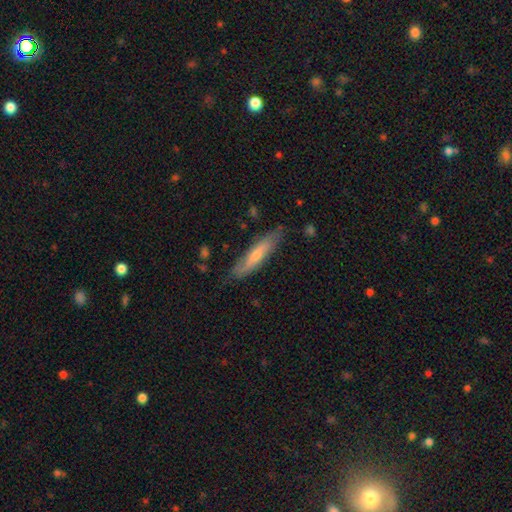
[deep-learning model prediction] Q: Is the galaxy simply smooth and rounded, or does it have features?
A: smooth — 54%.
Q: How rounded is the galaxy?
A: cigar-shaped — 81%.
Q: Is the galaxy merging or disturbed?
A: none — 78%.